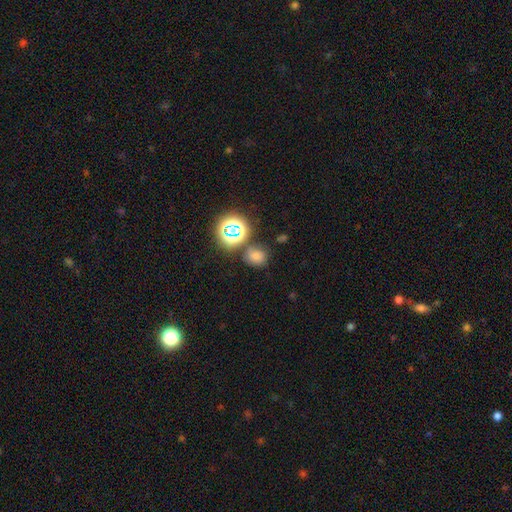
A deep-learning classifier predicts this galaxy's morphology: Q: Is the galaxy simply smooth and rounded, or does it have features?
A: smooth — 66%.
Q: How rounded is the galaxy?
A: round — 68%.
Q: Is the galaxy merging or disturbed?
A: none — 70%.